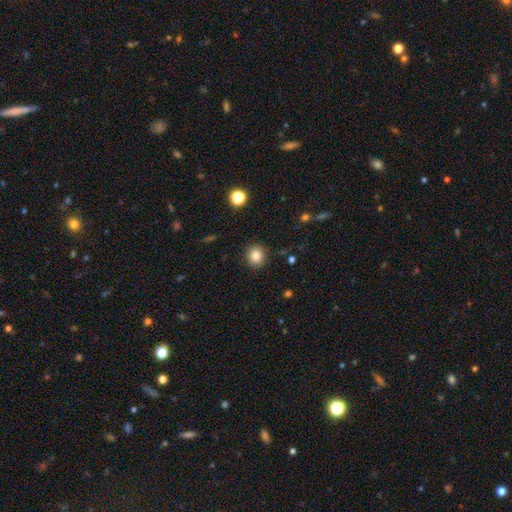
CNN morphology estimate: smooth-or-featured: smooth: 84% | star or artifact: 11% | featured or disk: 6%
  how-rounded: round: 87% | in between: 12% | cigar-shaped: 1%
  merging: none: 90% | minor disturbance: 6% | major disturbance: 2% | merger: 1%